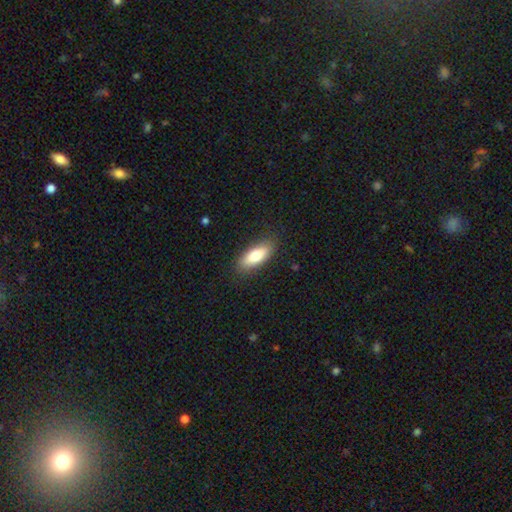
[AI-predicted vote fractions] smooth_or_featured: smooth (p=0.78) [alt: featured or disk p=0.16]
how_rounded: in between (p=0.75) [alt: cigar-shaped p=0.22]
merging: none (p=0.86) [alt: minor disturbance p=0.11]